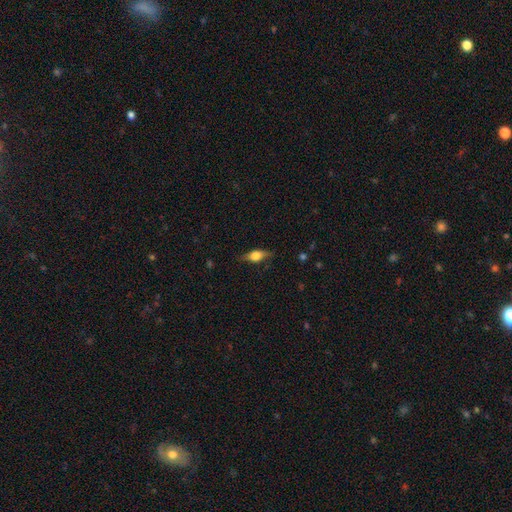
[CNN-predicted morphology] Smooth or featured? Predicted: smooth (p=0.47). Merging? Predicted: none (p=0.78).